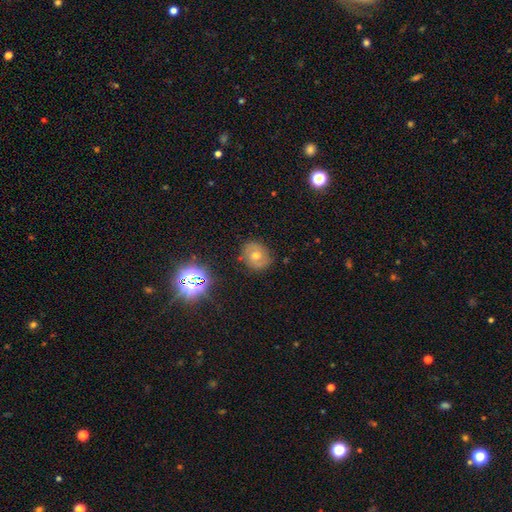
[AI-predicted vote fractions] Smooth or featured: smooth — 41% (featured or disk — 35%)
Merging: none — 83% (minor disturbance — 12%)